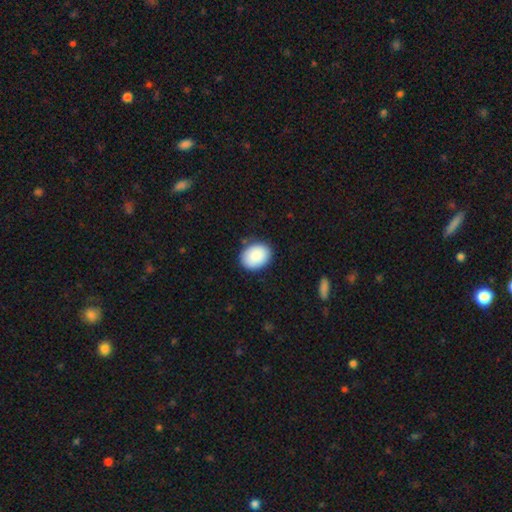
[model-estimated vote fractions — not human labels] This appears to be a smooth galaxy with no disk features (90%) that is in between round and cigar-shaped (61%). Merging: none (85%).